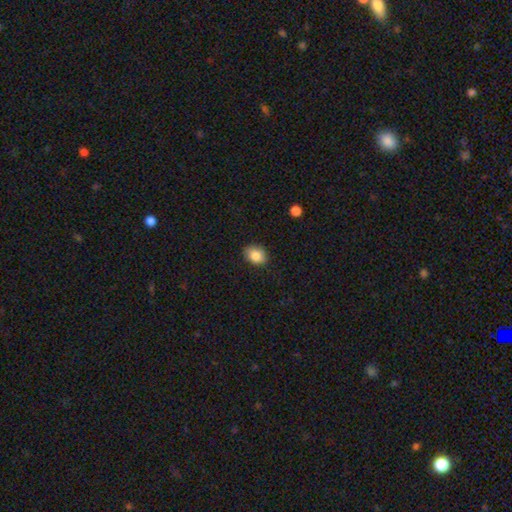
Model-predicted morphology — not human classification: Smooth or featured? smooth (86%)
How rounded? in between (60%)
Merging? none (83%)